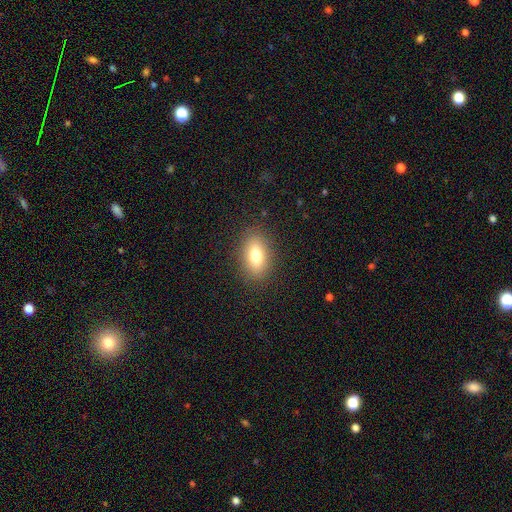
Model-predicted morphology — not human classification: Overall: smooth (77%). How rounded: in between (85%). Merging: none (87%).